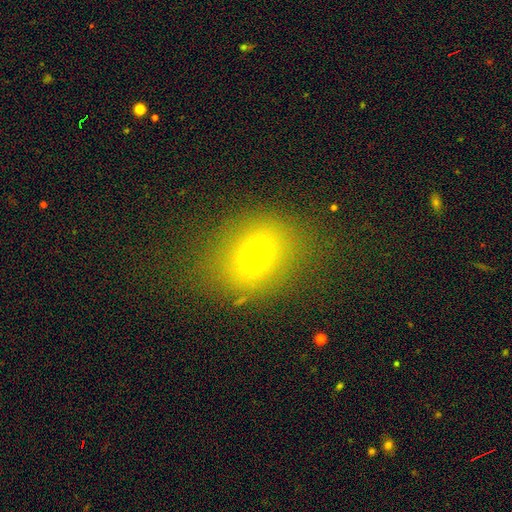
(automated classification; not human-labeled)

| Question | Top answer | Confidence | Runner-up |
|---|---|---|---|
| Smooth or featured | smooth | 65% | star or artifact (19%) |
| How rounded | round | 51% | in between (47%) |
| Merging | none | 79% | minor disturbance (13%) |